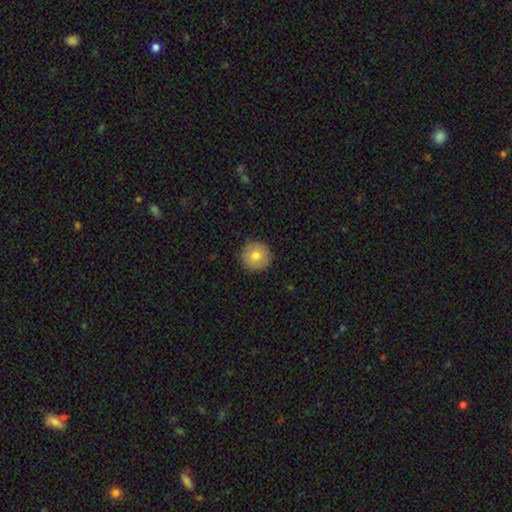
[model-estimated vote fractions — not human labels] smooth_or_featured: smooth (p=0.78) [alt: featured or disk p=0.13]
how_rounded: round (p=0.95) [alt: in between p=0.04]
merging: none (p=0.91) [alt: minor disturbance p=0.07]